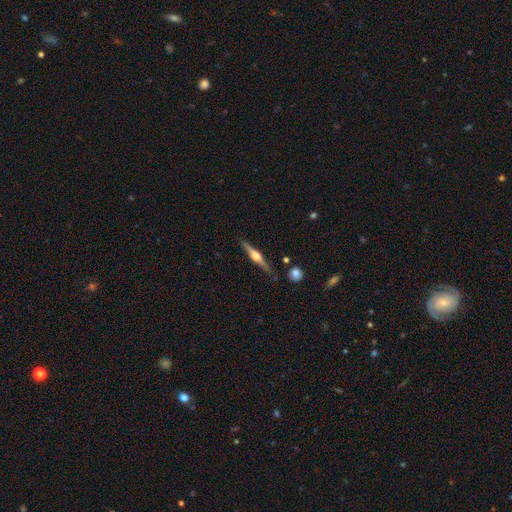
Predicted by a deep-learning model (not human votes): Overall: featured or disk (77%). Edge-on disk: yes (98%). Edge-on bulge: rounded (92%). Merging: none (87%).